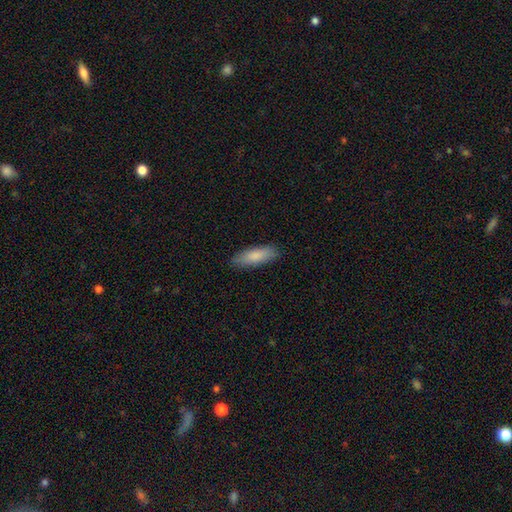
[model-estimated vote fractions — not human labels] A smooth galaxy with no disk features (84%) that is in between round and cigar-shaped (54%).

Vote fractions:
- Smooth or featured? smooth: 84% / featured or disk: 10% / star or artifact: 5%
- How rounded? in between: 54% / cigar-shaped: 44% / round: 2%
- Merging? none: 87% / minor disturbance: 10% / major disturbance: 2% / merger: 1%